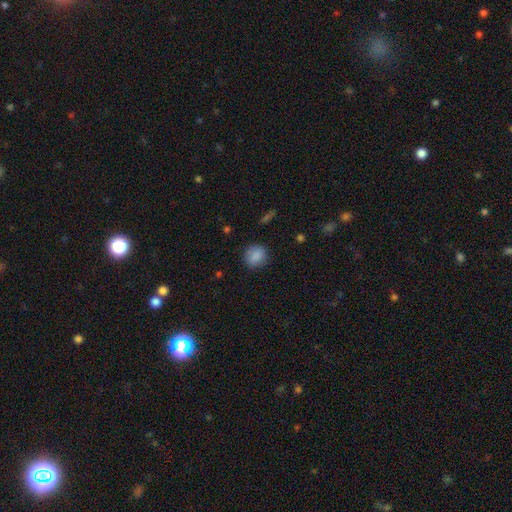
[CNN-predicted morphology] This appears to be a smooth galaxy with no disk features (87%) that is round (77%). Merging: none (84%).